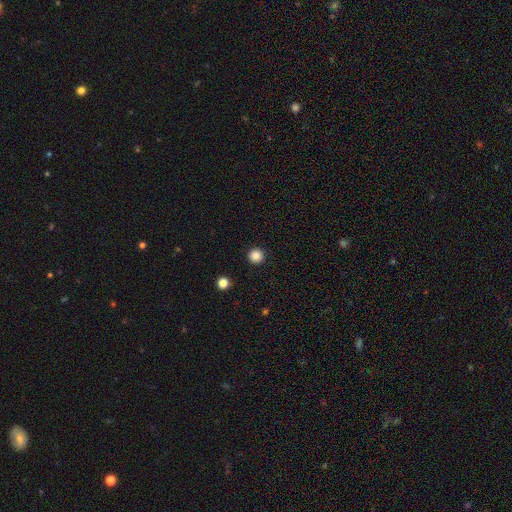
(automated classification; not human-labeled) smooth-or-featured: smooth: 85% | star or artifact: 11% | featured or disk: 3%
  how-rounded: round: 96% | in between: 3% | cigar-shaped: 1%
  merging: none: 93% | minor disturbance: 4% | major disturbance: 2% | merger: 1%